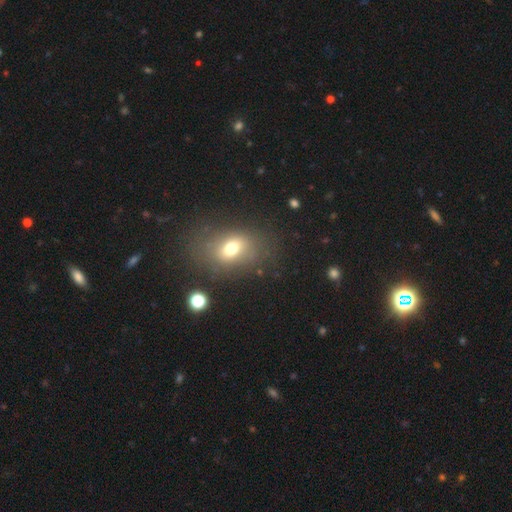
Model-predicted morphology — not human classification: A smooth galaxy with no disk features (59%) that is in between round and cigar-shaped (71%). Merging: none (76%).